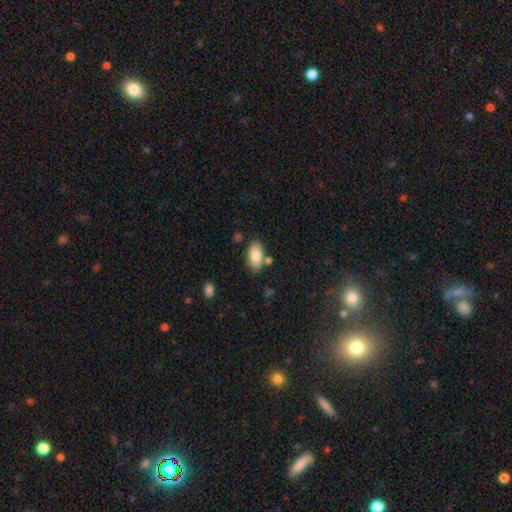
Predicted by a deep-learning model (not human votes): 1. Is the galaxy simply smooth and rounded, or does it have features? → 82% smooth, 11% featured or disk, 7% star or artifact.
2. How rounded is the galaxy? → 93% in between, 4% cigar-shaped, 3% round.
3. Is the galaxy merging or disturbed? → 78% none, 12% minor disturbance, 7% merger, 3% major disturbance.